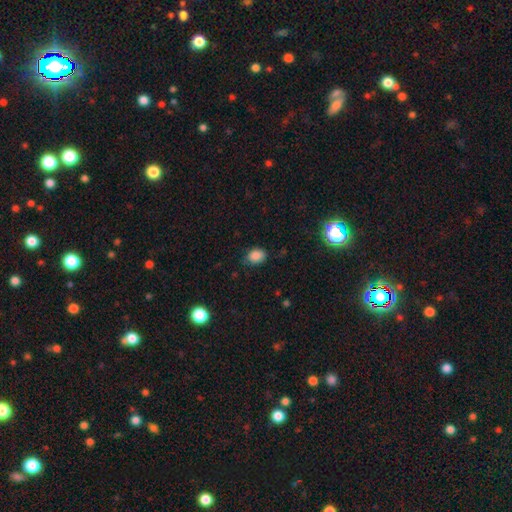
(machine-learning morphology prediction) This is clearly a smooth galaxy (85%). How rounded: likely in between (61%). Merging: likely none (74%).